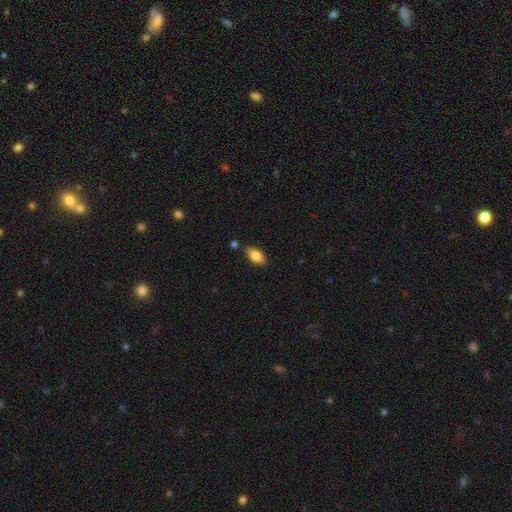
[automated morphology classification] smooth-or-featured: smooth: 83% | featured or disk: 10% | star or artifact: 7%
  how-rounded: in between: 90% | cigar-shaped: 6% | round: 3%
  merging: none: 82% | minor disturbance: 12% | merger: 4% | major disturbance: 2%